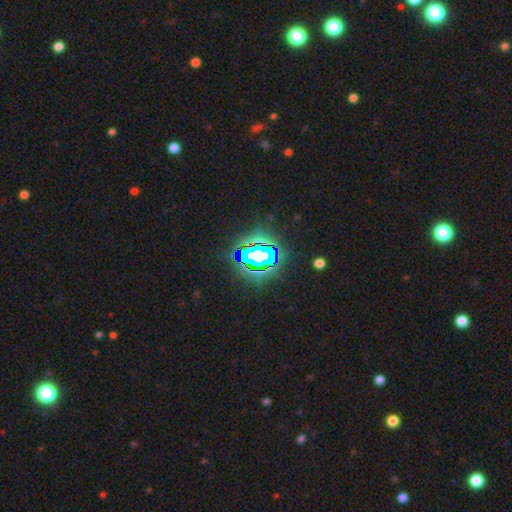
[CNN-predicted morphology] type=star or artifact (76%).